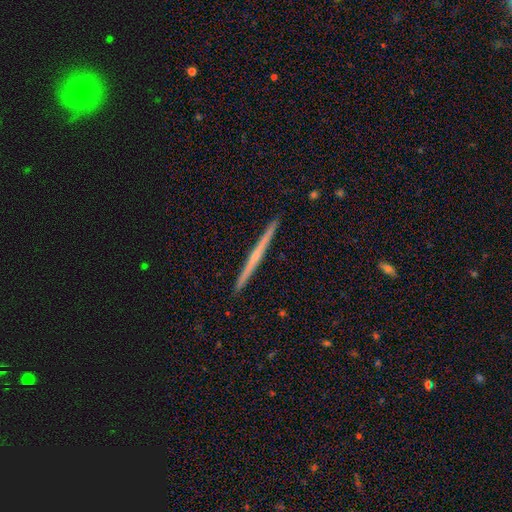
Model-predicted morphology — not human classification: This appears to be a featured or disk galaxy (64%) viewed edge-on (98%) with no central bulge (66%). Merging: none (93%).